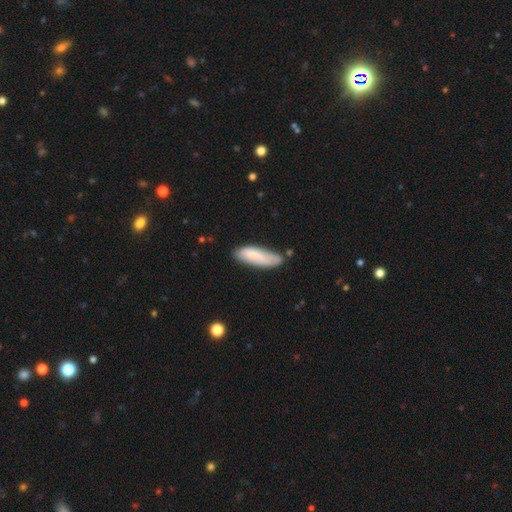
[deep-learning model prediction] Overall: smooth (75%). How rounded: in between (56%; cigar-shaped 43%). Merging: none (59%; minor disturbance 29%).